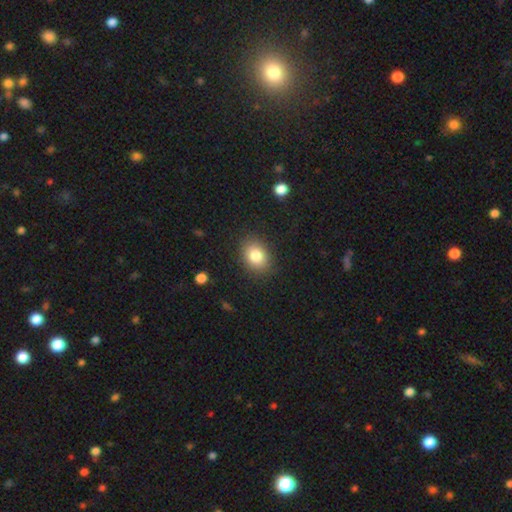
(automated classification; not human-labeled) Smooth or featured? Predicted: smooth (p=0.82). How rounded? Predicted: in between (p=0.62). Merging? Predicted: none (p=0.86).